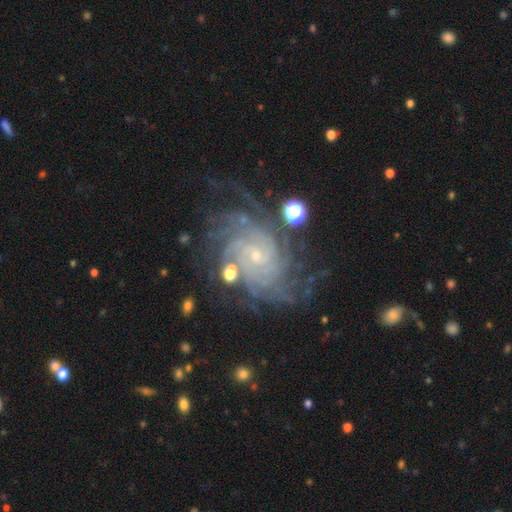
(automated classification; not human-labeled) Morphology: type=featured or disk (89%); edge-on=no (97%); bar=no (68%); spiral arms=yes (98%); winding=tight (71%); arm count=more than 4 (27%); bulge=small (82%); merging=none (69%).